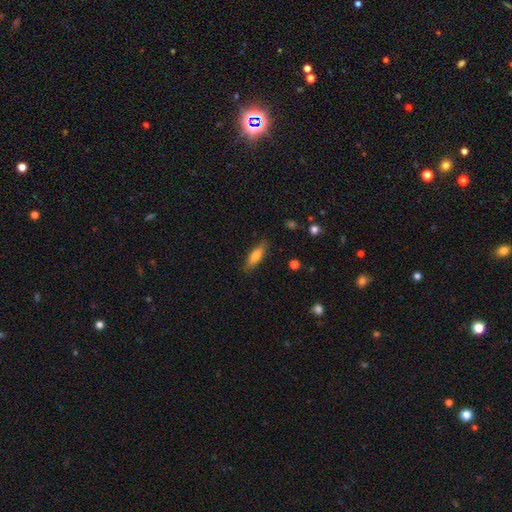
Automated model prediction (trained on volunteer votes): smooth 75%, featured or disk 18%, star or artifact 6%. Down the decision tree: how rounded — cigar-shaped (49%, tied with in between); merging — none (84%).